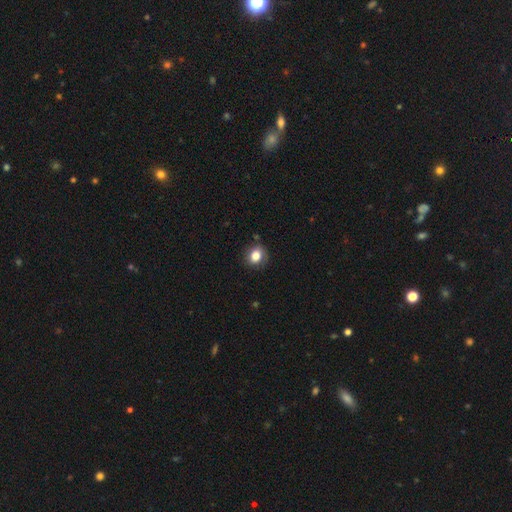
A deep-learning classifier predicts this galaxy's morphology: smooth 80%, featured or disk 11%, star or artifact 10%. Down the decision tree: how rounded — round (62%); merging — none (76%).